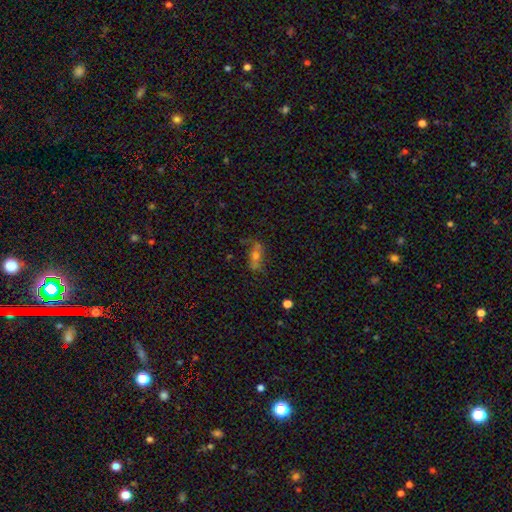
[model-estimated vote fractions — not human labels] A featured or disk galaxy (44%).

Vote fractions:
- Smooth or featured? featured or disk: 44% / smooth: 40% / star or artifact: 15%
- Merging? none: 65% / minor disturbance: 21% / major disturbance: 11% / merger: 4%